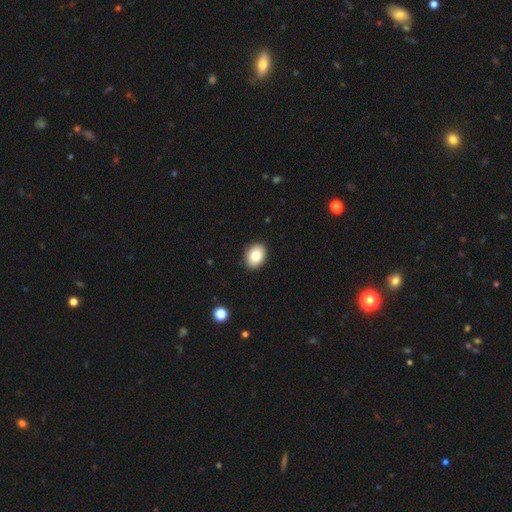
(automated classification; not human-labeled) A smooth galaxy with no disk features (83%) that is in between round and cigar-shaped (64%). Merging: none (90%).